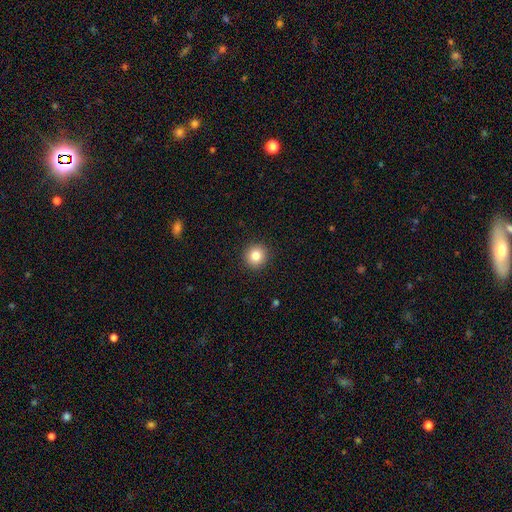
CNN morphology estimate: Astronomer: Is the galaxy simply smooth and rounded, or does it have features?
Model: smooth — 83%.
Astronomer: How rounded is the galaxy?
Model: round — 94%.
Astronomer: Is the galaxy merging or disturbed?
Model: none — 92%.